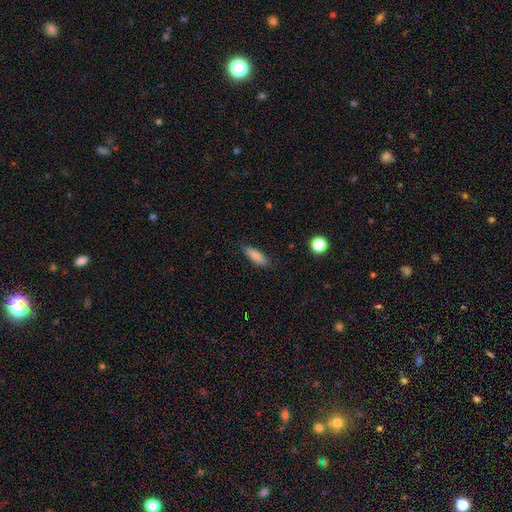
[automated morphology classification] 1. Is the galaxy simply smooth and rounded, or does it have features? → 85% smooth, 7% featured or disk, 7% star or artifact.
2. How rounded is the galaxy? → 54% in between, 44% cigar-shaped, 2% round.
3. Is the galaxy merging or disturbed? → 83% none, 13% minor disturbance, 3% major disturbance, 1% merger.